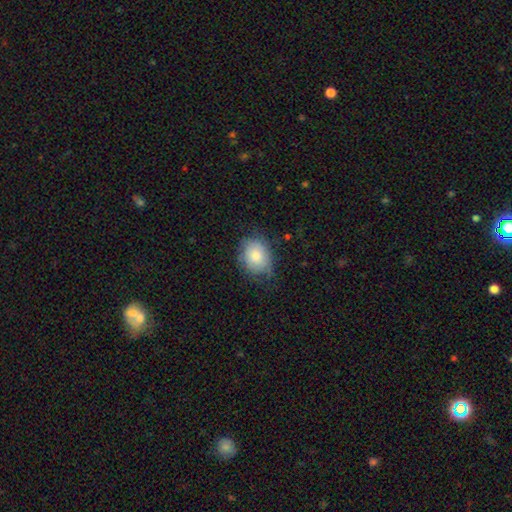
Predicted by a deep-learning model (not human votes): Smooth or featured: smooth — 77% (featured or disk — 15%)
How rounded: round — 51% (in between — 48%)
Merging: none — 64% (minor disturbance — 27%)